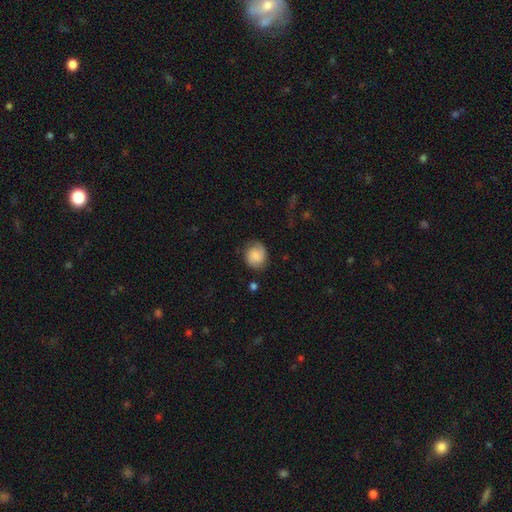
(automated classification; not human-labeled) The model was most divided on "smooth or featured": smooth: 66%, featured or disk: 26%, star or artifact: 9%. More confident: merging — none (74%); how rounded — round (70%).